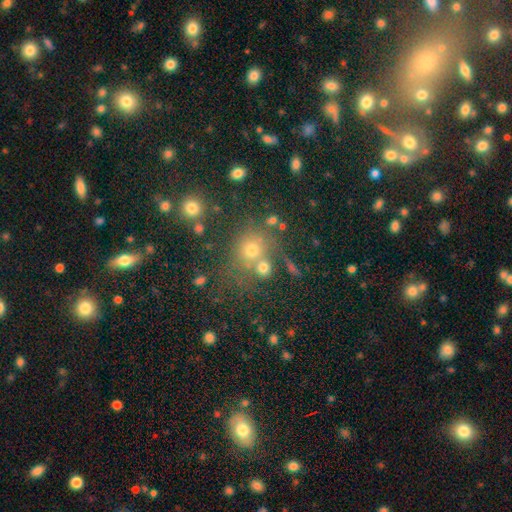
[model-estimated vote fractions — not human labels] Smooth or featured?
  - smooth: 55% *
  - star or artifact: 33%
  - featured or disk: 12%
How rounded?
  - round: 81% *
  - in between: 18%
  - cigar-shaped: 1%
Merging?
  - none: 67% *
  - merger: 17%
  - minor disturbance: 11%
  - major disturbance: 5%